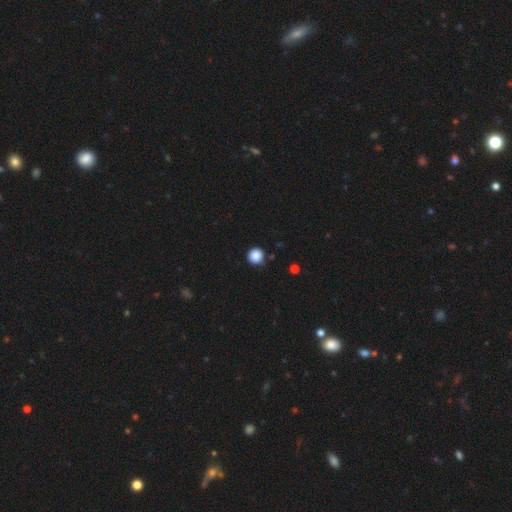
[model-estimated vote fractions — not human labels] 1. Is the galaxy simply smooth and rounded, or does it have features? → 87% smooth, 10% star or artifact, 3% featured or disk.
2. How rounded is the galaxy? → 95% round, 4% in between, 1% cigar-shaped.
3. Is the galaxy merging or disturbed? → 88% none, 8% minor disturbance, 2% major disturbance, 2% merger.